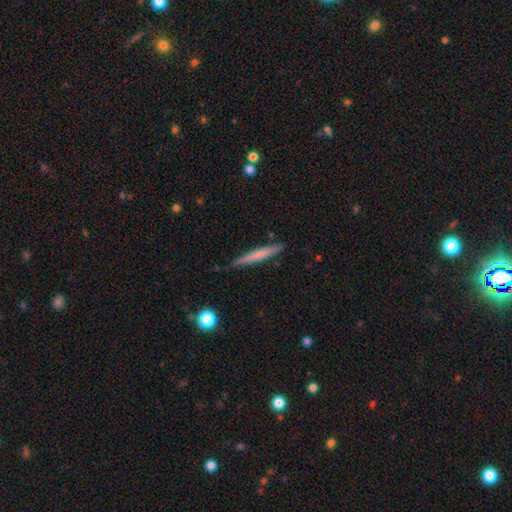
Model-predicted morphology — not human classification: smooth_or_featured: smooth (p=0.57) [alt: featured or disk p=0.37]
how_rounded: cigar-shaped (p=0.96) [alt: in between p=0.03]
merging: none (p=0.88) [alt: minor disturbance p=0.09]